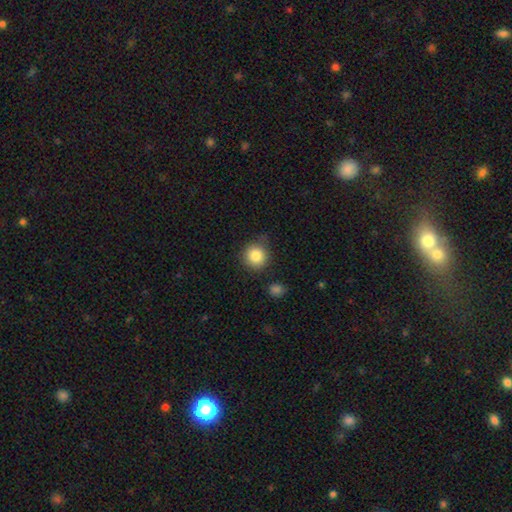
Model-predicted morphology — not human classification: A smooth galaxy with no disk features (85%) that is round (92%). Merging: none (77%).